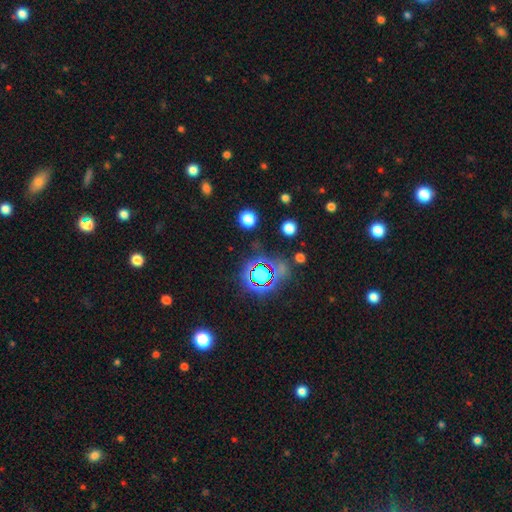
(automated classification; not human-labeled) A star or artifact, not a galaxy (78%).

Vote fractions:
- Smooth or featured? star or artifact: 78% / smooth: 14% / featured or disk: 8%